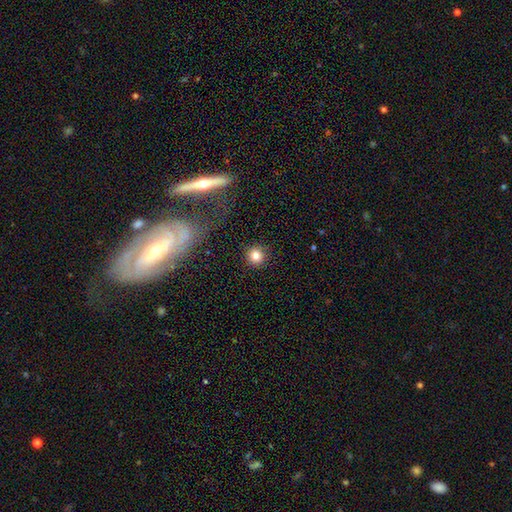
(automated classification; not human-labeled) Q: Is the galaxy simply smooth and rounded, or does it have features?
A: smooth — 81%.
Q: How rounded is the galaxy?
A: round — 94%.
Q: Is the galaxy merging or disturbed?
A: none — 91%.